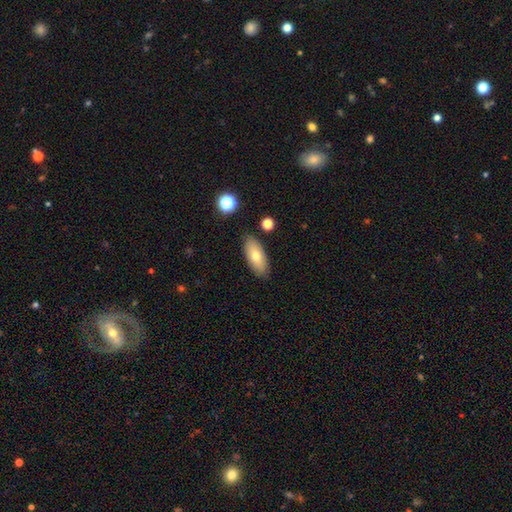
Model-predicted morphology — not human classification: Overall: smooth (73%). How rounded: in between (84%). Merging: none (85%).